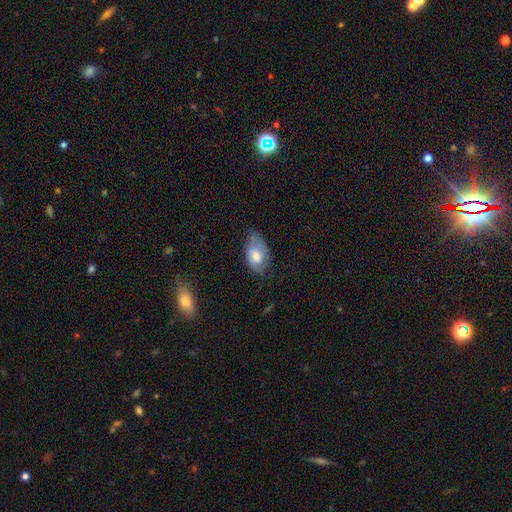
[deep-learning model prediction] The model was most divided on "merging": none: 51%, minor disturbance: 36%, major disturbance: 11%, merger: 2%. More confident: how rounded — in between (91%); smooth or featured — smooth (59%).